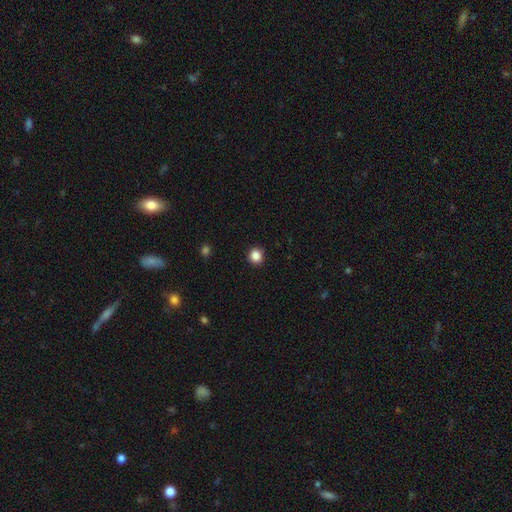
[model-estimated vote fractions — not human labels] Smooth or featured? Predicted: smooth (p=0.86). How rounded? Predicted: round (p=0.91). Merging? Predicted: none (p=0.92).